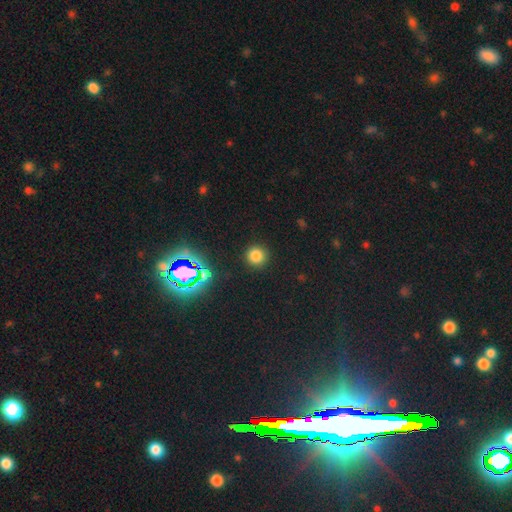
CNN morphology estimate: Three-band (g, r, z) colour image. It shows a smooth galaxy with no disk features (75%) that is round (94%). Merging: none (91%).